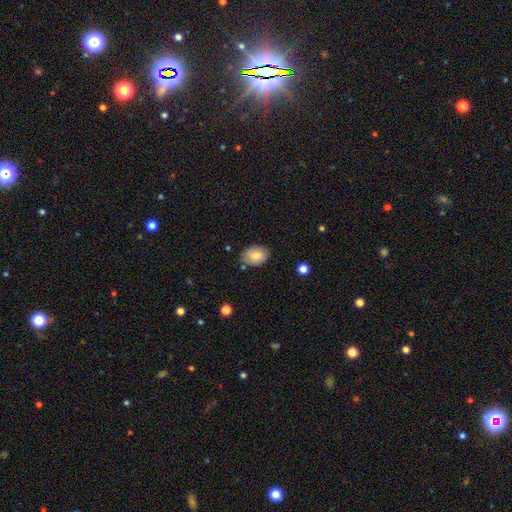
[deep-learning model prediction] Smooth or featured? smooth (82%)
How rounded? in between (80%)
Merging? none (80%)